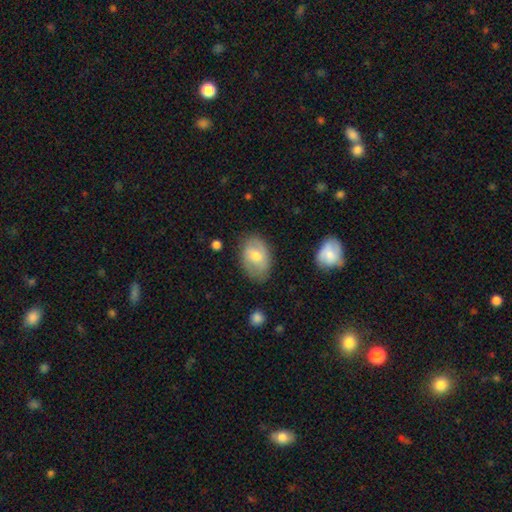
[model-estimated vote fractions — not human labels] A smooth galaxy with no disk features (59%) that is in between round and cigar-shaped (84%). Merging: none (75%).